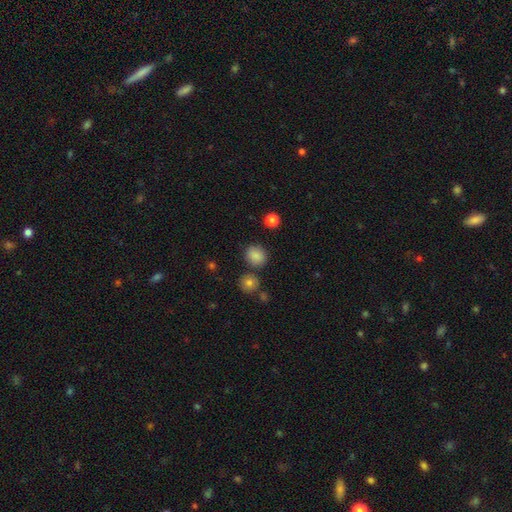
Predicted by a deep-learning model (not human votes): This is clearly a smooth galaxy (84%). How rounded: likely round (73%). Merging: likely none (80%).